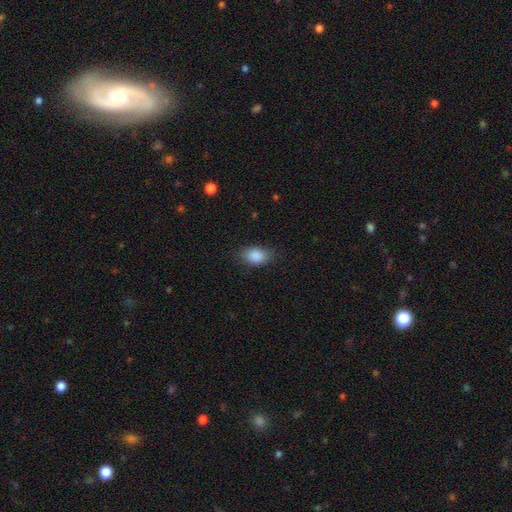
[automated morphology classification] The model was most divided on "merging": none: 80%, minor disturbance: 15%, major disturbance: 4%, merger: 1%. More confident: smooth or featured — smooth (88%); how rounded — in between (85%).